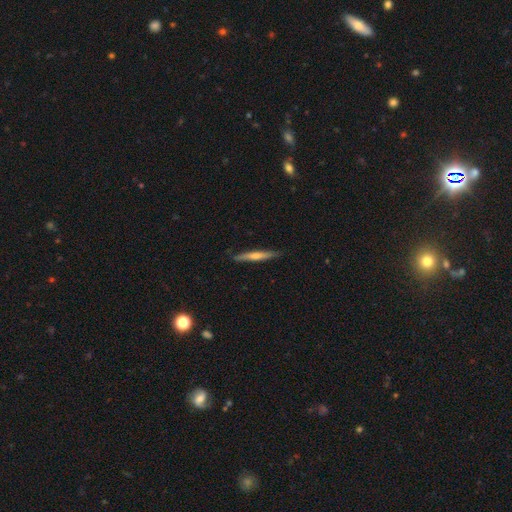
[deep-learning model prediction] This is possibly a featured or disk galaxy (58%). It is clearly viewed edge-on (97%). Edge-on bulge: likely rounded (64%). Merging: clearly none (89%).